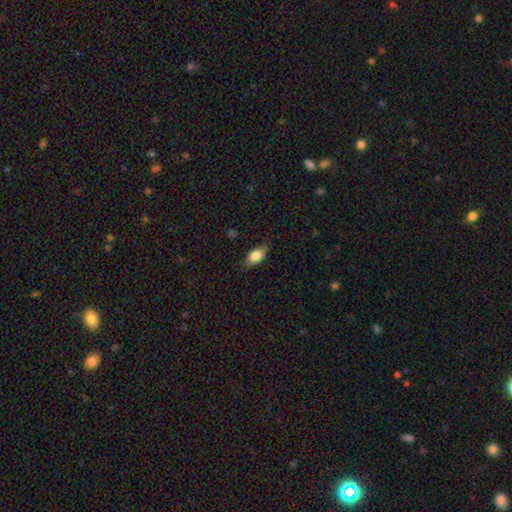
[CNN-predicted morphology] type=smooth (81%); roundness=in between (88%); merging=none (77%).